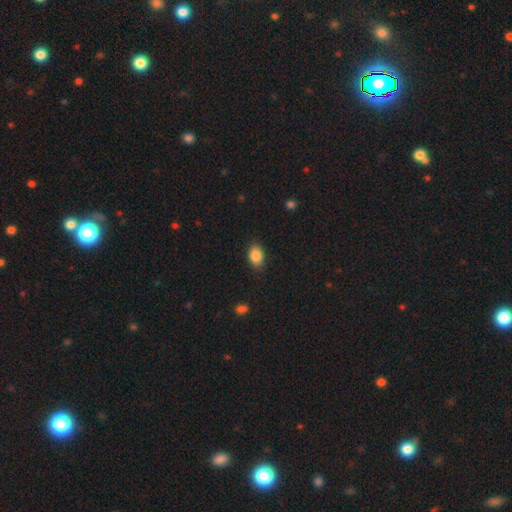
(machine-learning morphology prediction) The model was most divided on "how rounded": in between: 82%, round: 17%, cigar-shaped: 1%. More confident: smooth or featured — smooth (86%); merging — none (85%).